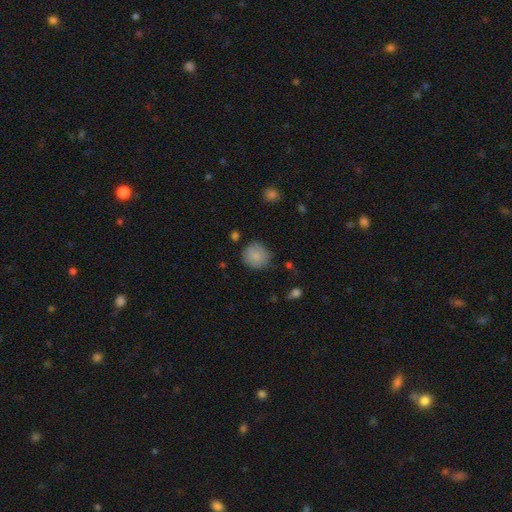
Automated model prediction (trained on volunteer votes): Smooth or featured: smooth — 84% (featured or disk — 9%)
How rounded: round — 89% (in between — 10%)
Merging: none — 79% (minor disturbance — 15%)